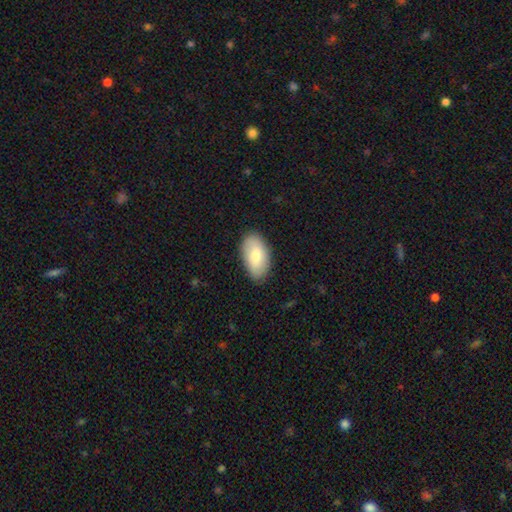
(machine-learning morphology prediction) A smooth galaxy with no disk features (74%) that is in between round and cigar-shaped (94%). Merging: none (85%).